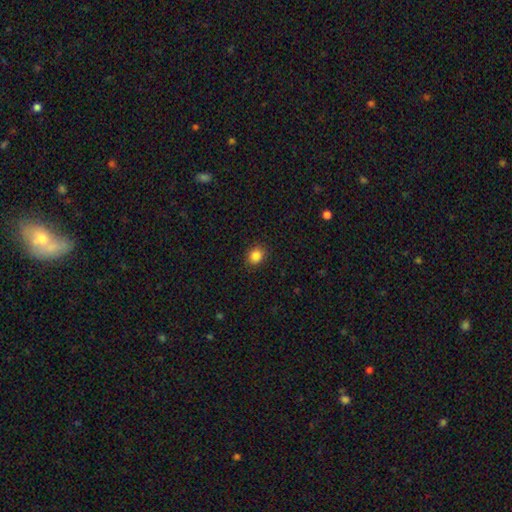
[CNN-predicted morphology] Smooth or featured? smooth (85%)
How rounded? round (68%)
Merging? none (89%)